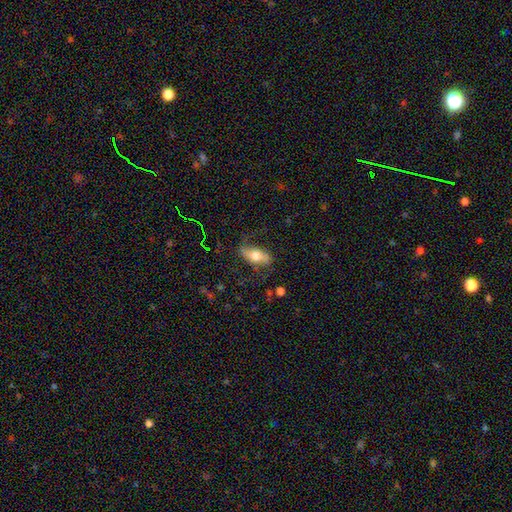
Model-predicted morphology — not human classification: smooth_or_featured: smooth (p=0.49) [alt: featured or disk p=0.43]
merging: none (p=0.67) [alt: minor disturbance p=0.20]